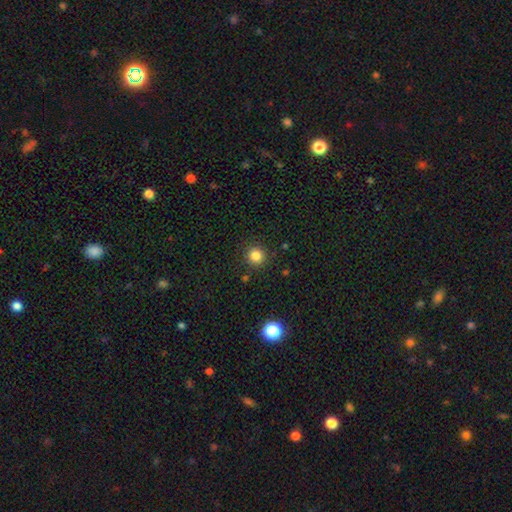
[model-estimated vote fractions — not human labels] This is clearly a smooth galaxy (83%). How rounded: clearly round (93%). Merging: clearly none (89%).